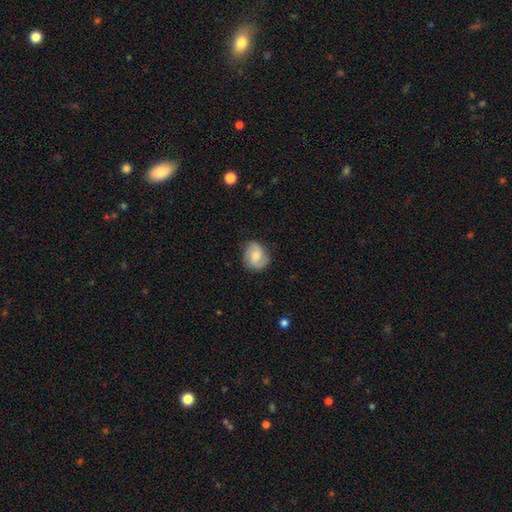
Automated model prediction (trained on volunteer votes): This appears to be a featured or disk galaxy (53%) with no bar (52%), spiral arms (91%) and a moderate central bulge (50%). Merging: none (75%).